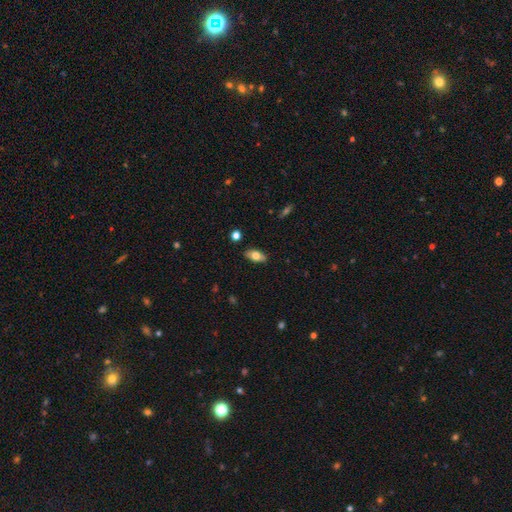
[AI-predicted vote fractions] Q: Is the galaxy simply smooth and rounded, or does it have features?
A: smooth — 70%.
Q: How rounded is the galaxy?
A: in between — 87%.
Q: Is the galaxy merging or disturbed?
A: none — 85%.